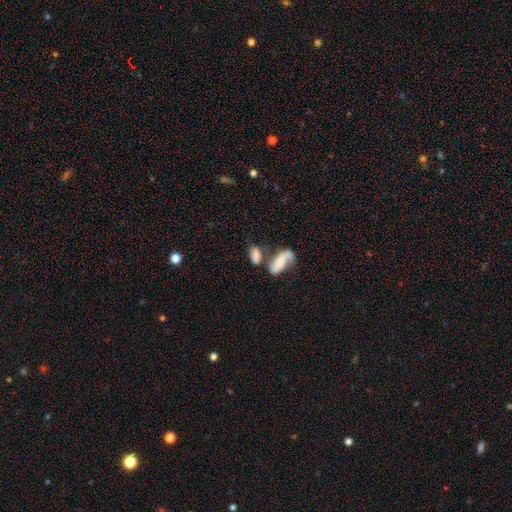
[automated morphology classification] type=smooth (75%); roundness=in between (81%); merging=merger (50%).